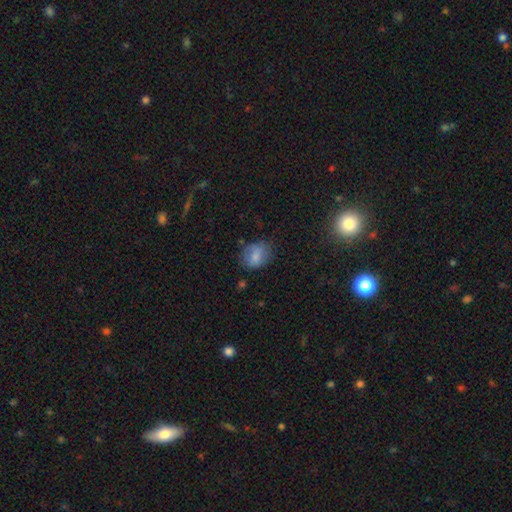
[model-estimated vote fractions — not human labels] A smooth galaxy with no disk features (75%) that is in between round and cigar-shaped (57%).

Vote fractions:
- Smooth or featured? smooth: 75% / featured or disk: 16% / star or artifact: 9%
- How rounded? in between: 57% / round: 42% / cigar-shaped: 1%
- Merging? none: 57% / minor disturbance: 29% / major disturbance: 11% / merger: 3%